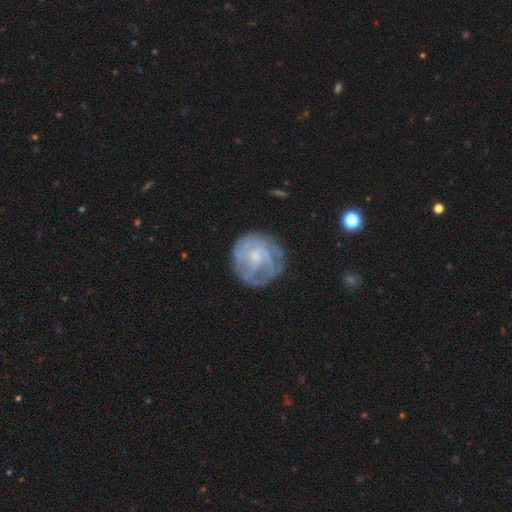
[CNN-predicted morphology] The model was most divided on "bulge size": small: 57%, moderate: 25%, none: 14%, large: 2%, dominant: 1%. More confident: edge-on disk — no (98%); spiral arms — yes (74%); merging — none (70%); bar — no (67%); smooth or featured — featured or disk (66%).